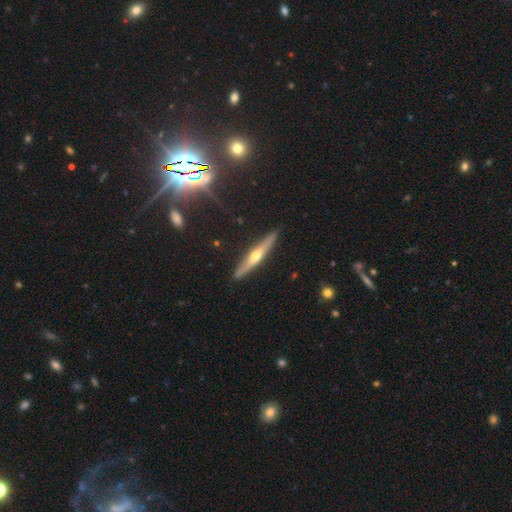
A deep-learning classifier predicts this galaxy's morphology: This appears to be a featured or disk galaxy (66%) viewed edge-on (96%) with a rounded central bulge (87%). Merging: none (89%).